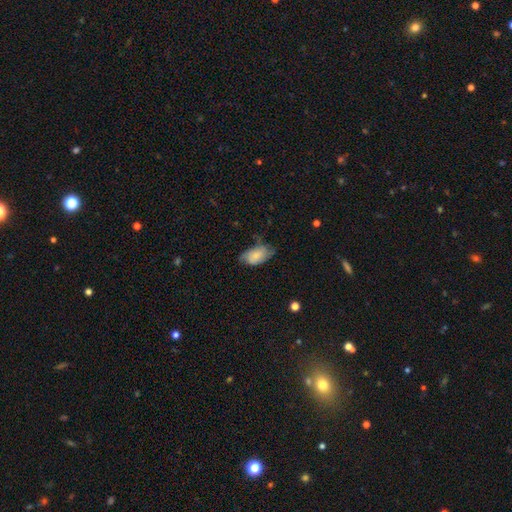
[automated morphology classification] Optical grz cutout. It shows a smooth galaxy with no disk features (64%) that is in between round and cigar-shaped (93%). Merging: none (50%).